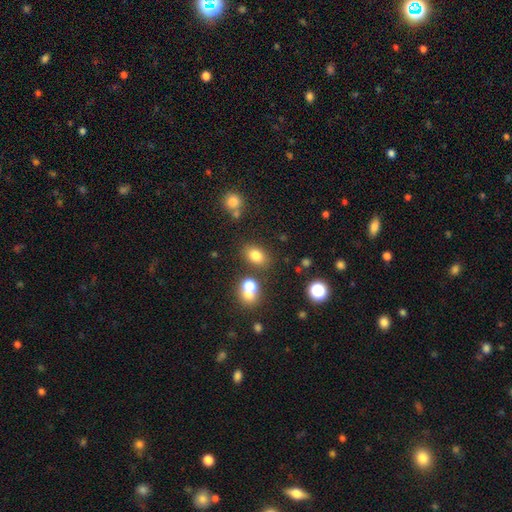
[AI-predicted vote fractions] A smooth galaxy with no disk features (78%) that is in between round and cigar-shaped (72%). Merging: none (76%).